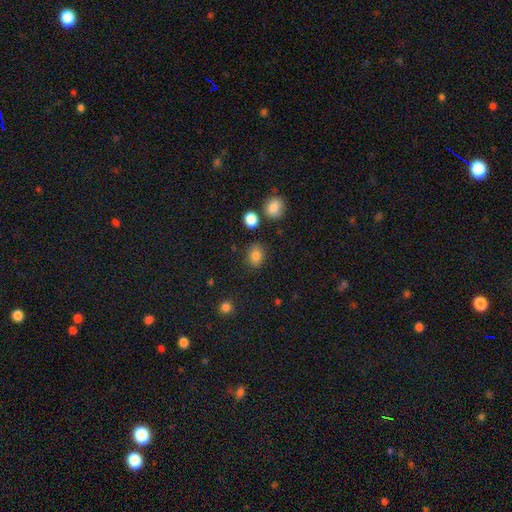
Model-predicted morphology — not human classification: type=smooth (83%); roundness=round (57%); merging=none (84%).